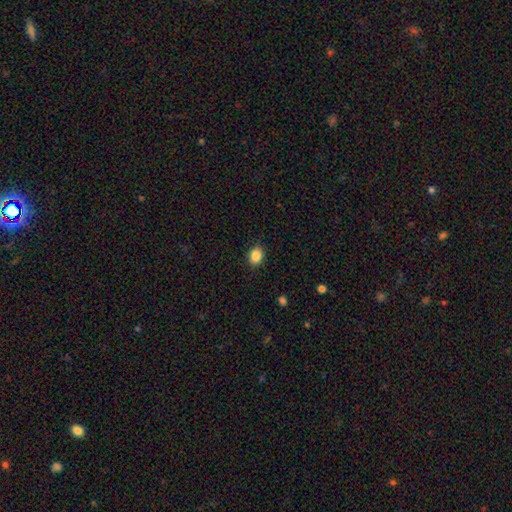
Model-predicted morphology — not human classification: Overall: smooth (87%). How rounded: in between (55%; round 44%). Merging: none (88%).